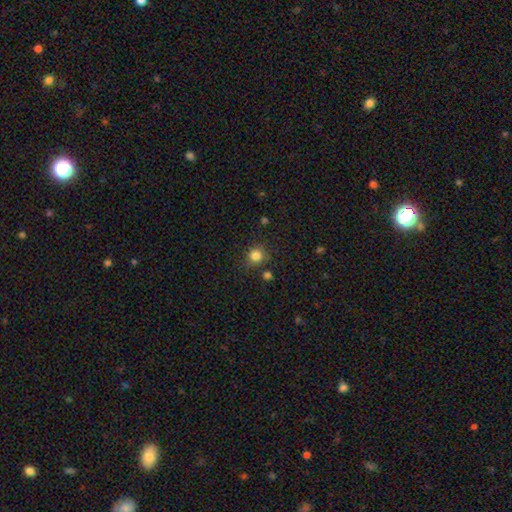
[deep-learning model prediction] Smooth or featured? Predicted: smooth (p=0.83). How rounded? Predicted: round (p=0.88). Merging? Predicted: none (p=0.82).